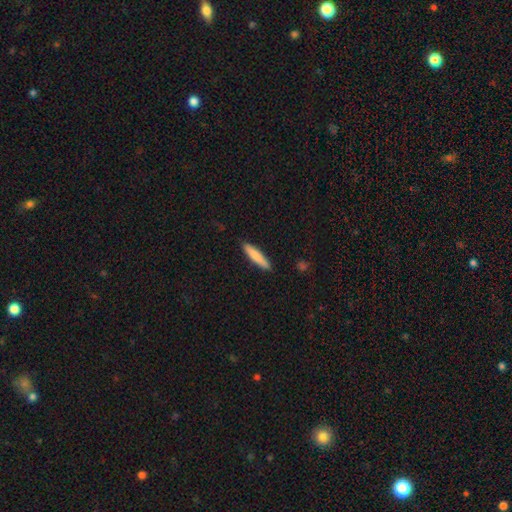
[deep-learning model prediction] A smooth galaxy with no disk features (79%) that is cigar-shaped (87%). Merging: none (89%).